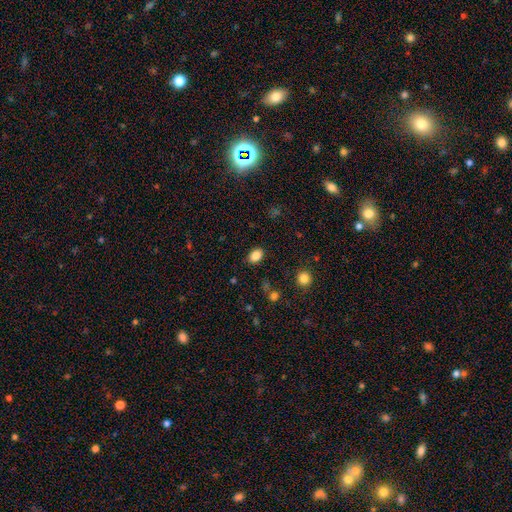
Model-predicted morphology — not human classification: Smooth or featured: smooth — 86% (star or artifact — 10%)
How rounded: in between — 77% (round — 22%)
Merging: none — 86% (minor disturbance — 10%)